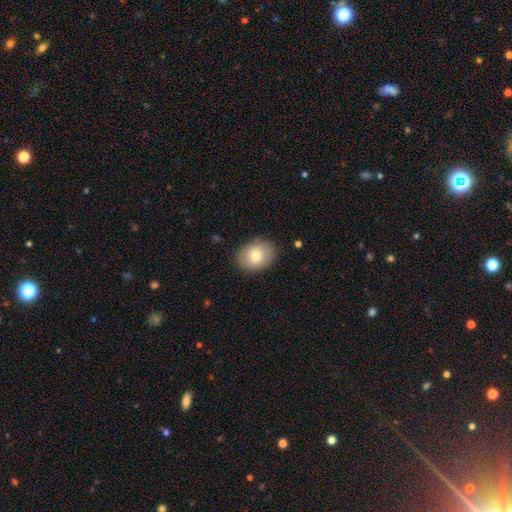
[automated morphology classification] Smooth or featured? smooth (79%)
How rounded? in between (62%)
Merging? none (85%)